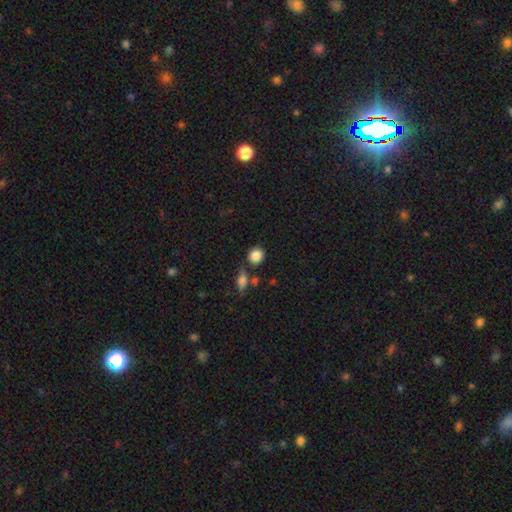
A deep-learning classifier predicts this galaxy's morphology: This is clearly a smooth galaxy (86%). How rounded: clearly round (84%). Merging: likely none (77%).